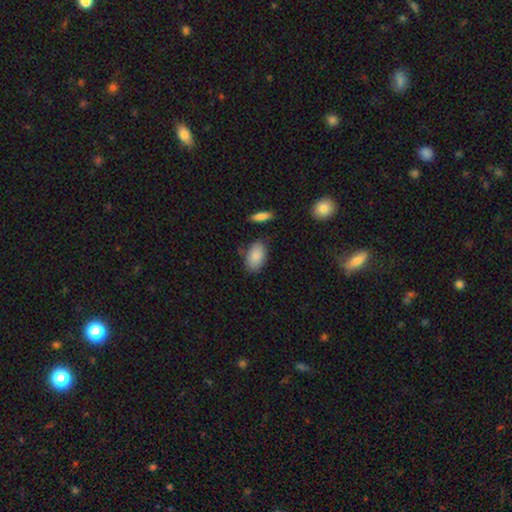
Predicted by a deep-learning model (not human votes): smooth 88%, star or artifact 6%, featured or disk 6%. Down the decision tree: how rounded — in between (93%); merging — none (77%).